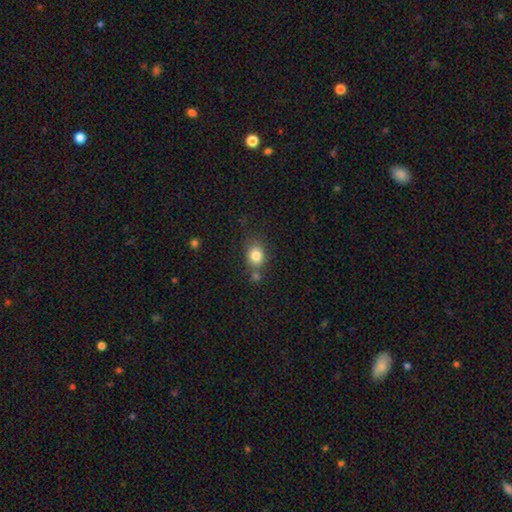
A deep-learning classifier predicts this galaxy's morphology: Overall: smooth (82%). How rounded: round (59%; in between 39%). Merging: none (63%).